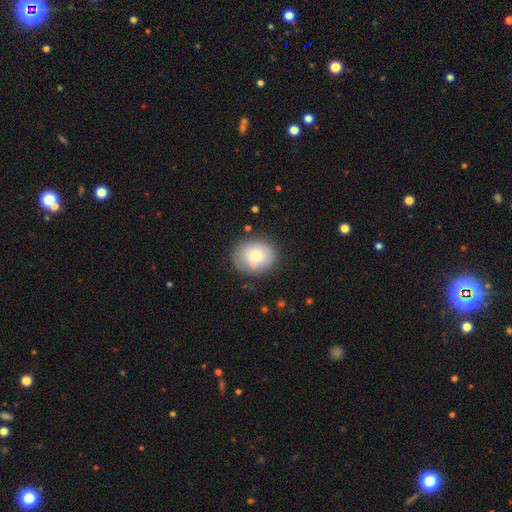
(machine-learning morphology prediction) Smooth or featured: smooth — 75% (featured or disk — 17%)
How rounded: round — 52% (in between — 47%)
Merging: none — 76% (minor disturbance — 15%)